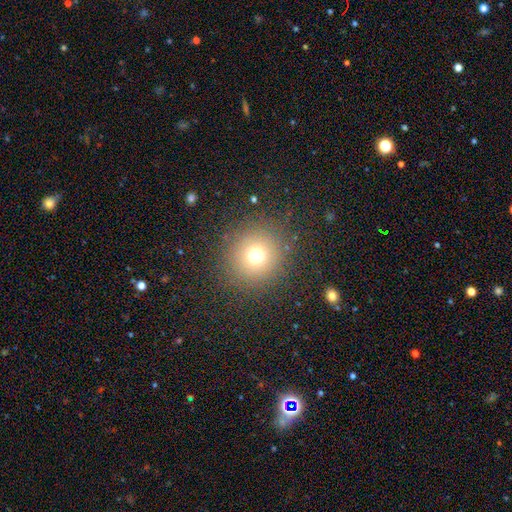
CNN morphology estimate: This appears to be a smooth galaxy with no disk features (71%) that is round (93%). Merging: none (87%).